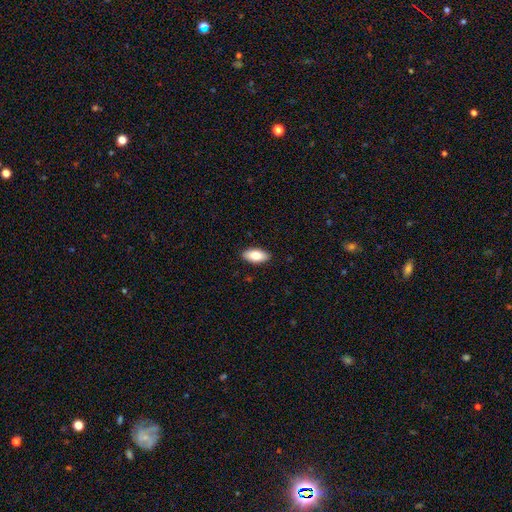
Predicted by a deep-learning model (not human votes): Smooth or featured? Predicted: smooth (p=0.81). How rounded? Predicted: in between (p=0.91). Merging? Predicted: none (p=0.90).